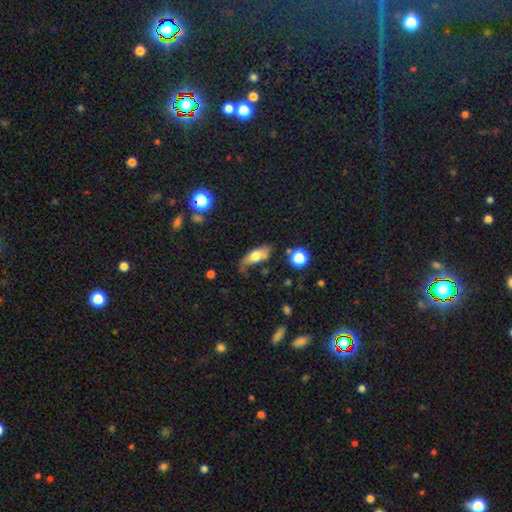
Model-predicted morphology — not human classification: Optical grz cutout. It shows a smooth galaxy with no disk features (64%) that is in between round and cigar-shaped (79%). Merging: none (52%).